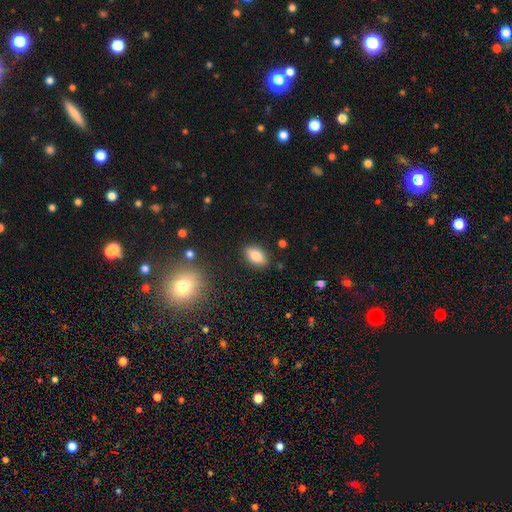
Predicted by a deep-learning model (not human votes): Smooth or featured? Predicted: smooth (p=0.79). How rounded? Predicted: in between (p=0.88). Merging? Predicted: none (p=0.87).